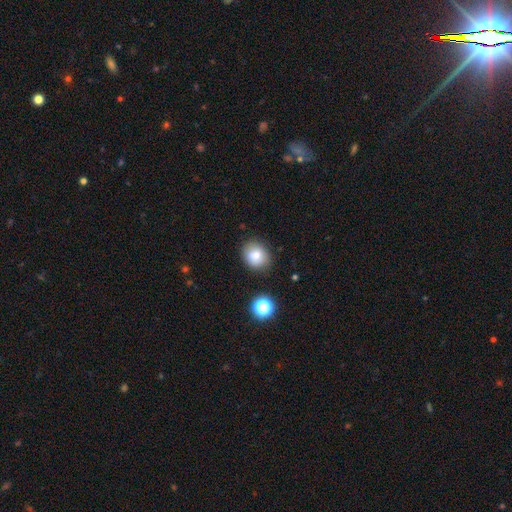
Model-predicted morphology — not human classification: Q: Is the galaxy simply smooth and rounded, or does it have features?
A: smooth — 81%.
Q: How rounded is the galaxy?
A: round — 65%.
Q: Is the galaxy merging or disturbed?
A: none — 83%.